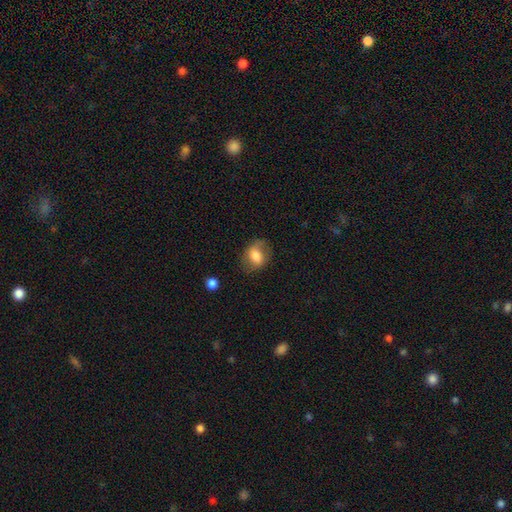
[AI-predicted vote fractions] This is likely a smooth galaxy (69%). How rounded: likely in between (64%). Merging: likely none (65%).